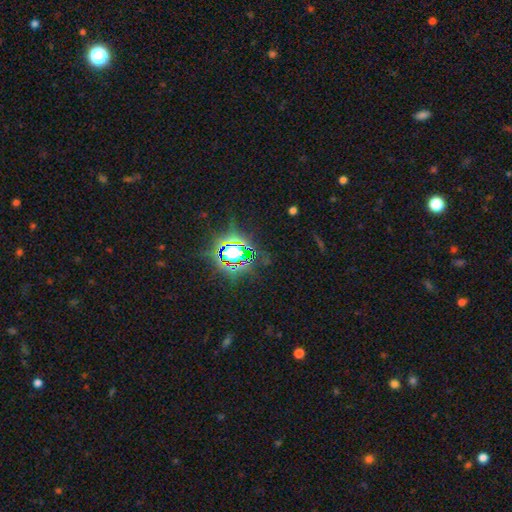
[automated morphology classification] A star or artifact, not a galaxy (80%).

Vote fractions:
- Smooth or featured? star or artifact: 80% / smooth: 12% / featured or disk: 8%